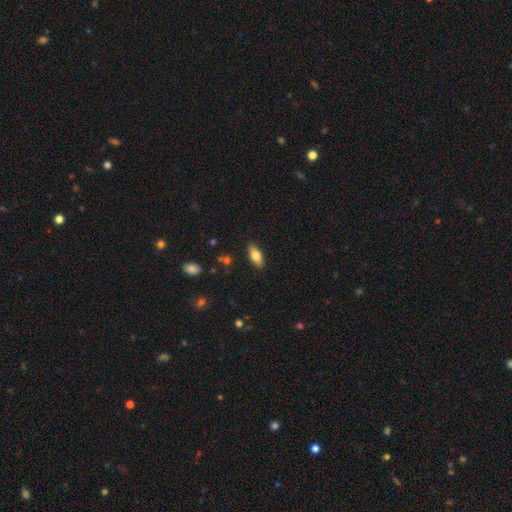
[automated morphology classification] Smooth or featured? smooth (77%)
How rounded? in between (86%)
Merging? none (87%)